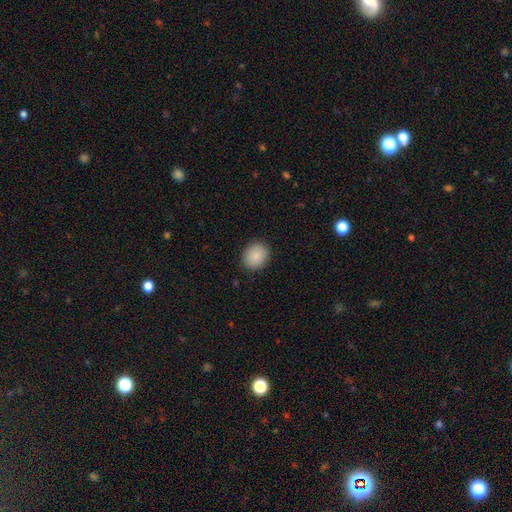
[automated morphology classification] Smooth or featured? smooth (89%)
How rounded? round (72%)
Merging? none (90%)